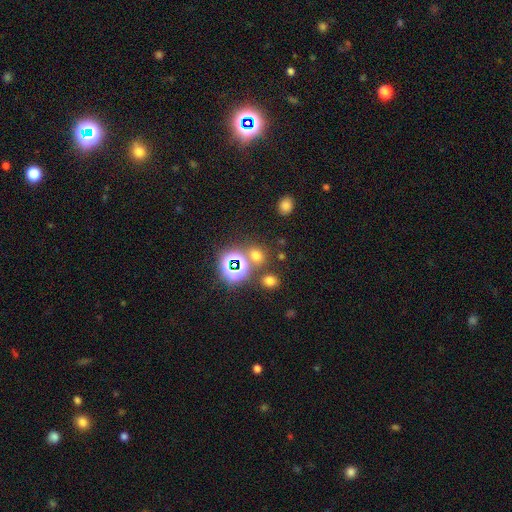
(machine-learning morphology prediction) This appears to be a smooth galaxy with no disk features (55%) that is round (65%). Merging: none (71%).